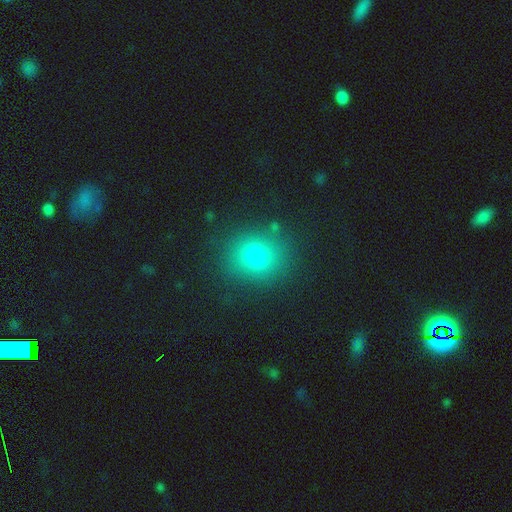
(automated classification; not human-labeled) Smooth or featured? Predicted: smooth (p=0.77). How rounded? Predicted: round (p=0.75). Merging? Predicted: none (p=0.83).